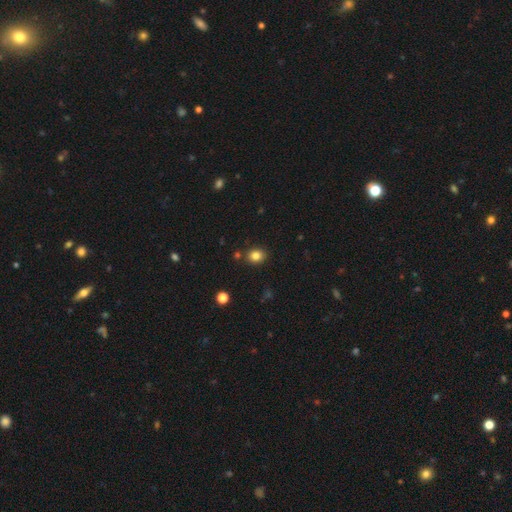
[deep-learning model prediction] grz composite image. It shows a smooth galaxy with no disk features (82%) that is round (60%). Merging: none (84%).